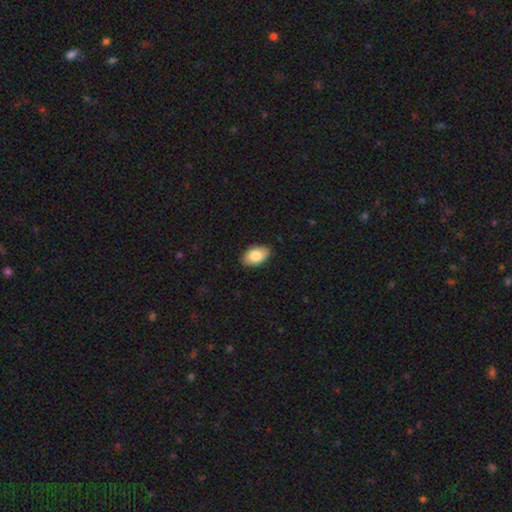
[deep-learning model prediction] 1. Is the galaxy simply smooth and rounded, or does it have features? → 84% smooth, 10% featured or disk, 6% star or artifact.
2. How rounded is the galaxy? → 93% in between, 6% round, 1% cigar-shaped.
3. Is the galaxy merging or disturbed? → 88% none, 9% minor disturbance, 2% major disturbance, 1% merger.